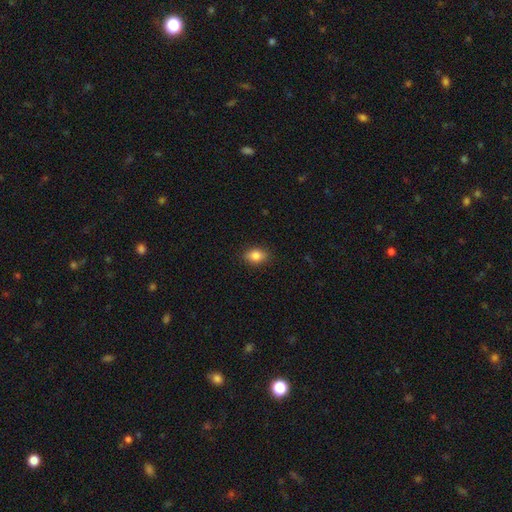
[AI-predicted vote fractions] The model was most divided on "how rounded": in between: 77%, round: 21%, cigar-shaped: 2%. More confident: merging — none (86%); smooth or featured — smooth (84%).